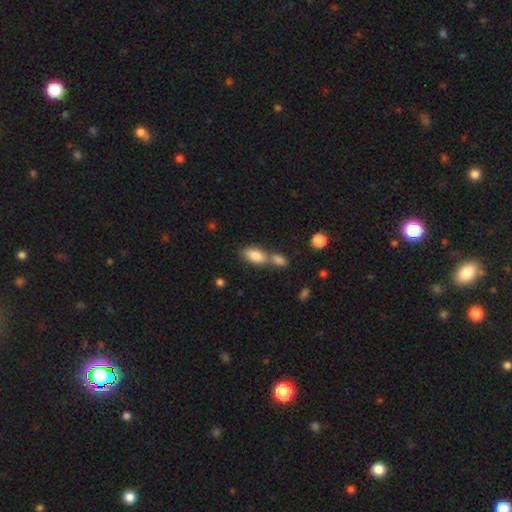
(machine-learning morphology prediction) The model was most divided on "merging": merger: 50%, none: 38%, minor disturbance: 9%, major disturbance: 4%. More confident: how rounded — in between (90%); smooth or featured — smooth (85%).